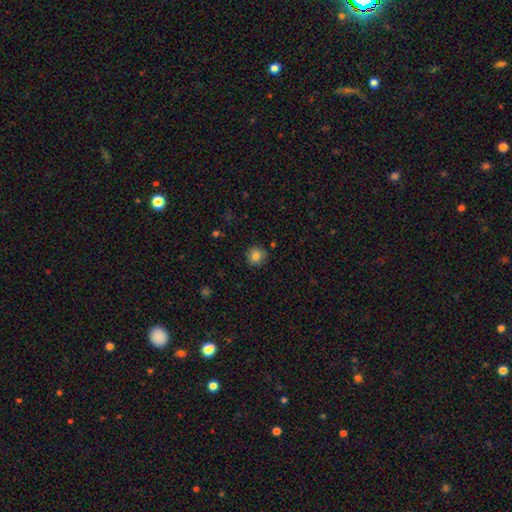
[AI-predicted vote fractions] Smooth or featured? Predicted: smooth (p=0.83). How rounded? Predicted: round (p=0.87). Merging? Predicted: none (p=0.84).